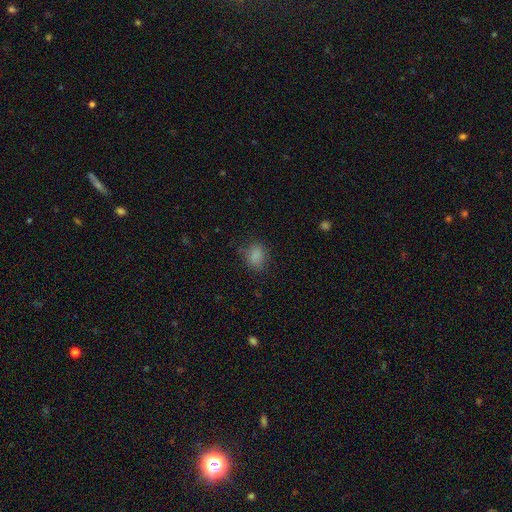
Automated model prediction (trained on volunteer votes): A smooth galaxy with no disk features (83%) that is in between round and cigar-shaped (51%). Merging: none (75%).